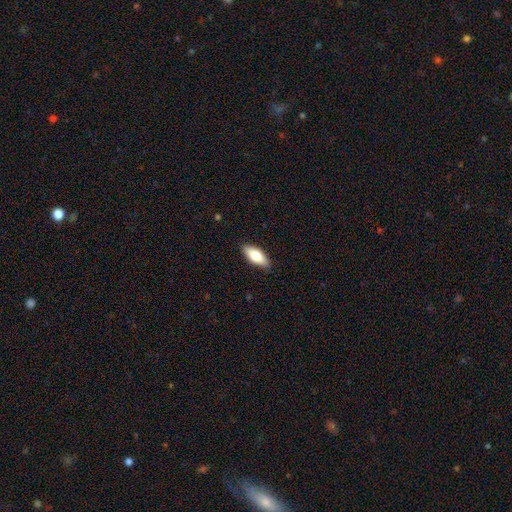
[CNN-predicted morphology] smooth 76%, featured or disk 18%, star or artifact 6%. Down the decision tree: how rounded — in between (81%); merging — none (89%).